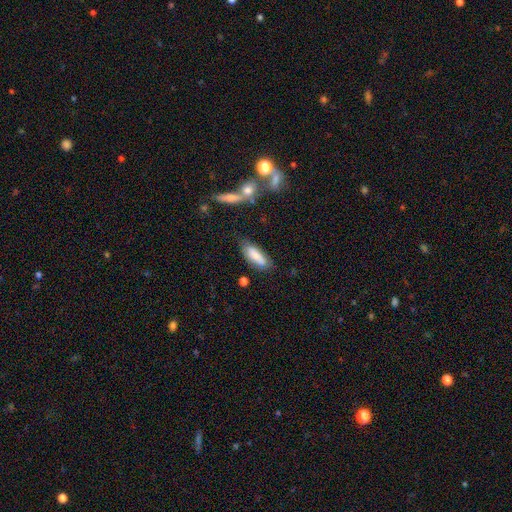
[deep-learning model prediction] Overall: smooth (79%). How rounded: in between (66%; cigar-shaped 33%). Merging: none (68%).